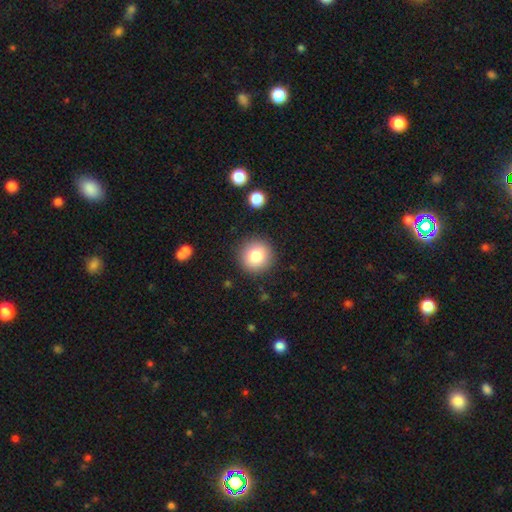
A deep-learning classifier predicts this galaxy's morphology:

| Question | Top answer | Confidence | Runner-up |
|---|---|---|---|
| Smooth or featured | smooth | 81% | star or artifact (10%) |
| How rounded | round | 94% | in between (5%) |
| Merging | none | 89% | minor disturbance (7%) |